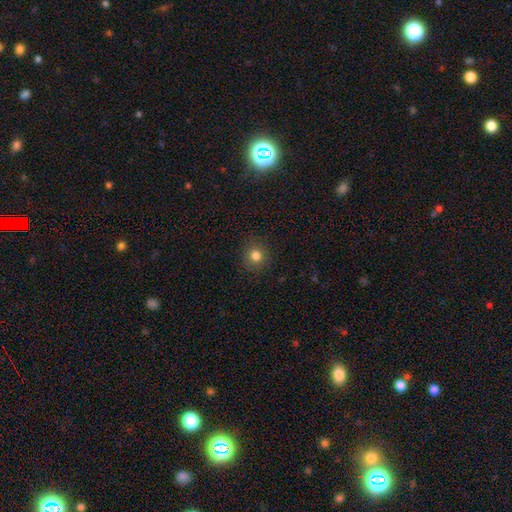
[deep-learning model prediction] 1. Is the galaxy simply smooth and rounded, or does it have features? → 82% smooth, 12% star or artifact, 6% featured or disk.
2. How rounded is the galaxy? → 89% round, 10% in between, 1% cigar-shaped.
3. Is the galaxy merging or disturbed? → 88% none, 8% minor disturbance, 3% major disturbance, 1% merger.